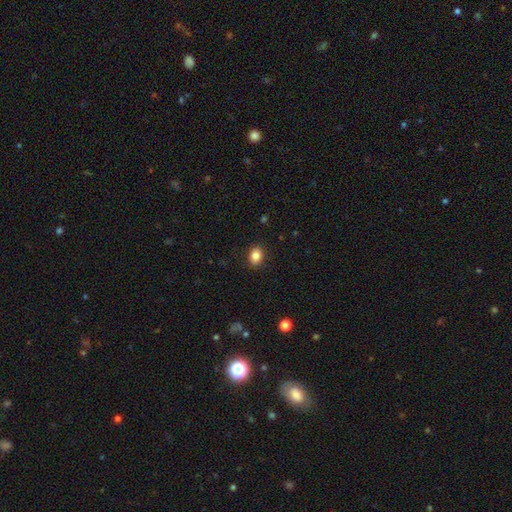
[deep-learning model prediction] Smooth or featured?
  - smooth: 86% *
  - star or artifact: 9%
  - featured or disk: 5%
How rounded?
  - in between: 65% *
  - round: 35%
  - cigar-shaped: 1%
Merging?
  - none: 89% *
  - minor disturbance: 8%
  - major disturbance: 2%
  - merger: 1%